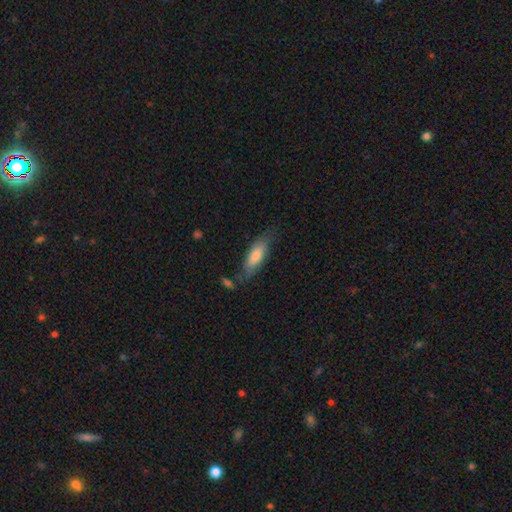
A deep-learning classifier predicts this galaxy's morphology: Smooth or featured: smooth — 69% (featured or disk — 25%)
How rounded: in between — 53% (cigar-shaped — 45%)
Merging: none — 65% (minor disturbance — 23%)